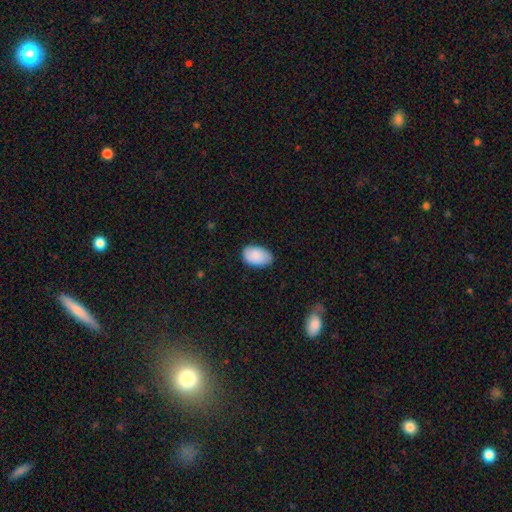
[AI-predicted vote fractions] Smooth or featured: smooth — 87% (featured or disk — 7%)
How rounded: in between — 93% (round — 6%)
Merging: none — 78% (minor disturbance — 18%)